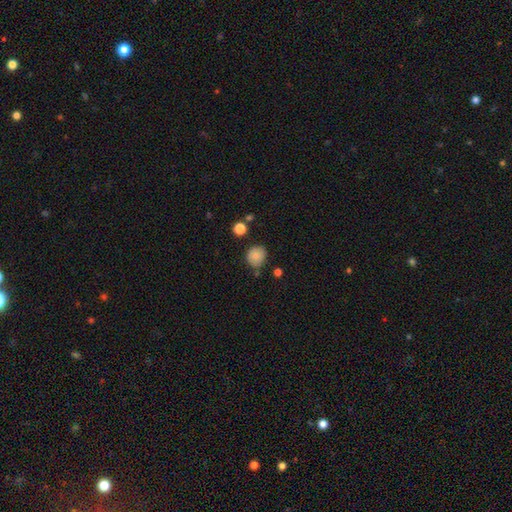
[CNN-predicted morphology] type=smooth (82%); roundness=round (82%); merging=none (73%).